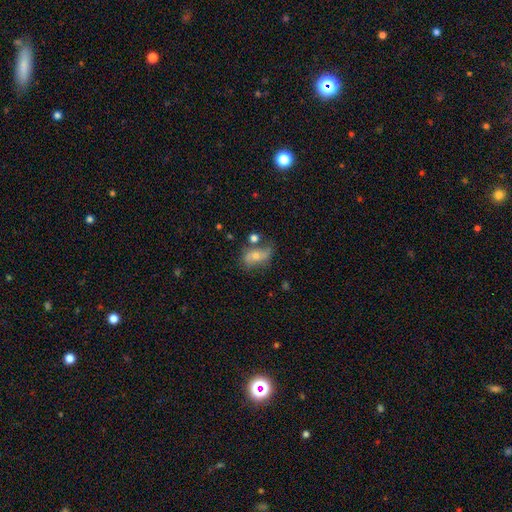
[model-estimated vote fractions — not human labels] The model was most divided on "smooth or featured": featured or disk: 48%, smooth: 40%, star or artifact: 12%. More confident: merging — none (53%).